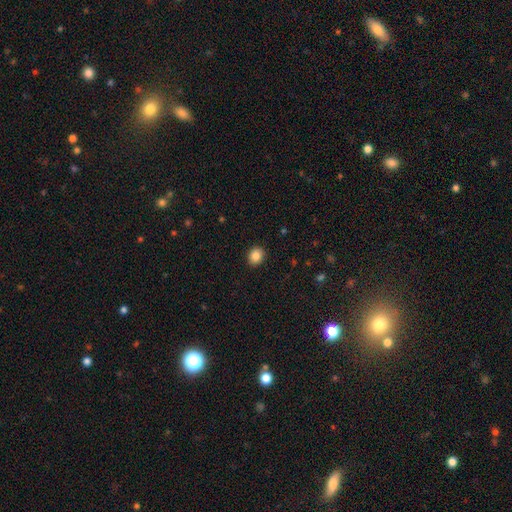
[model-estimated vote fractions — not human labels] smooth_or_featured: smooth (p=0.86) [alt: star or artifact p=0.09]
how_rounded: round (p=0.71) [alt: in between p=0.29]
merging: none (p=0.92) [alt: minor disturbance p=0.06]